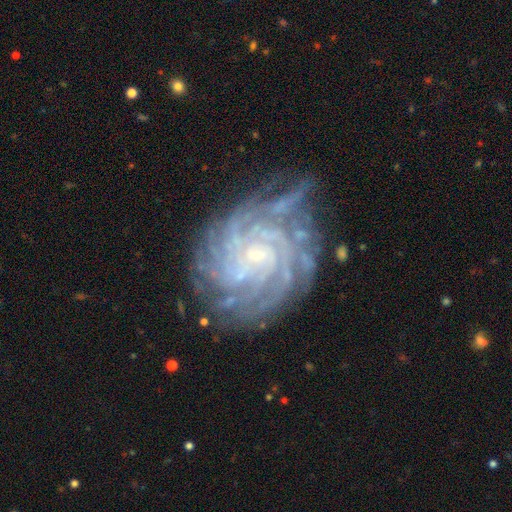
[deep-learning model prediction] featured or disk 88%, star or artifact 7%, smooth 5%. Down the decision tree: edge-on disk — no (98%); bar — no (58%); spiral arms — yes (98%); spiral arm count — more than 4 (31%); spiral winding — tight (81%); bulge size — small (82%); merging — none (71%).